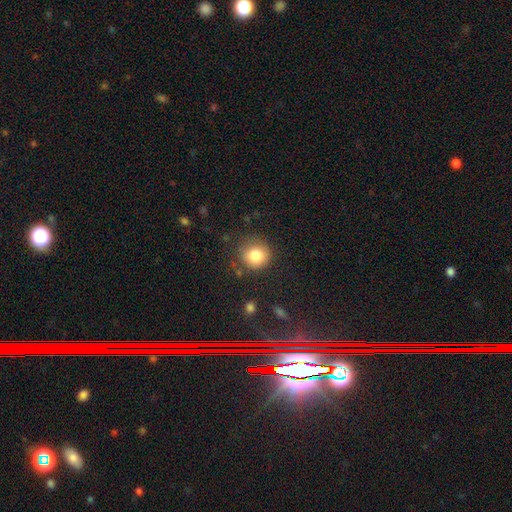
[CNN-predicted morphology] The model was most divided on "merging": none: 80%, minor disturbance: 13%, major disturbance: 5%, merger: 2%. More confident: how rounded — round (89%); smooth or featured — smooth (83%).